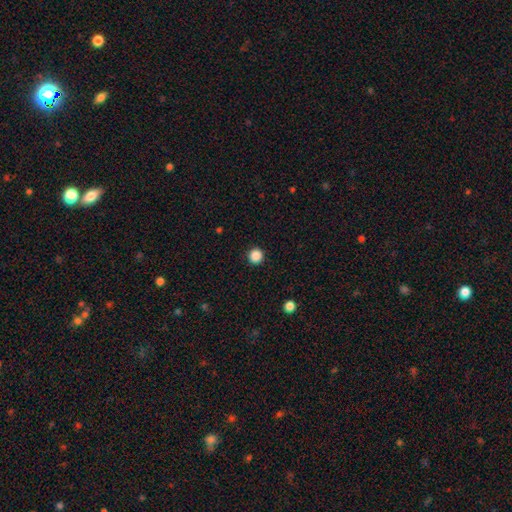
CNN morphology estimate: Smooth or featured: smooth — 87% (star or artifact — 10%)
How rounded: round — 95% (in between — 4%)
Merging: none — 93% (minor disturbance — 4%)